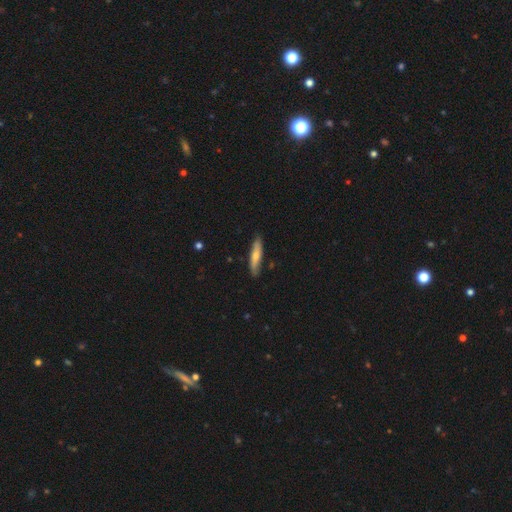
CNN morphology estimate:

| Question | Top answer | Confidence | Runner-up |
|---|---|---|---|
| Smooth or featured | smooth | 64% | featured or disk (31%) |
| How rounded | cigar-shaped | 84% | in between (14%) |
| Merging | none | 85% | minor disturbance (12%) |